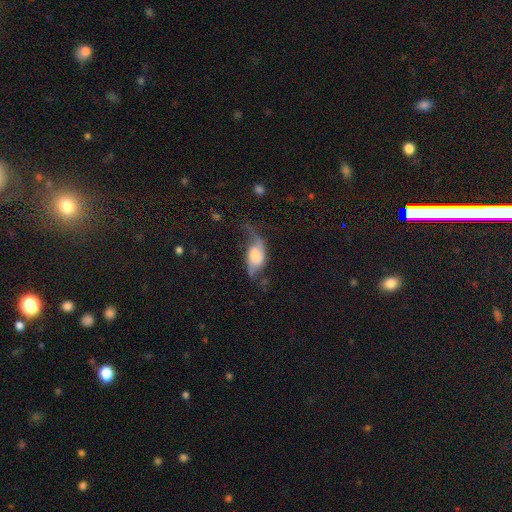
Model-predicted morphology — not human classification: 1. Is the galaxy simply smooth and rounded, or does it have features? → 63% featured or disk, 30% smooth, 8% star or artifact.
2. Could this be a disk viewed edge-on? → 91% no, 9% yes.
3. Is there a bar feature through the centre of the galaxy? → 56% no, 34% weak, 10% strong.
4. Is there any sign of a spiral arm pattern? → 88% yes, 12% no.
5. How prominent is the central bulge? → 33% large, 29% moderate, 17% small, 12% none, 9% dominant.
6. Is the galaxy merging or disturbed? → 36% none, 33% major disturbance, 27% minor disturbance, 3% merger.